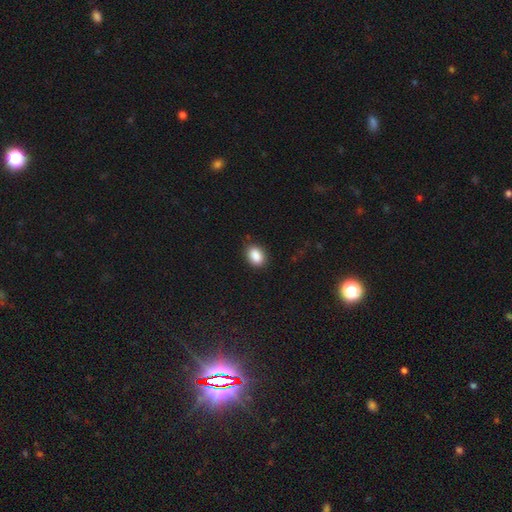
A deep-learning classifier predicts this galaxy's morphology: Smooth or featured? smooth (89%)
How rounded? in between (77%)
Merging? none (85%)